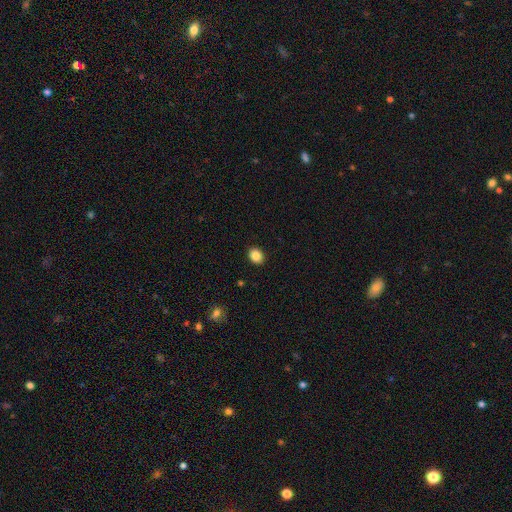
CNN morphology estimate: Overall: smooth (86%). How rounded: in between (53%; round 47%). Merging: none (91%).